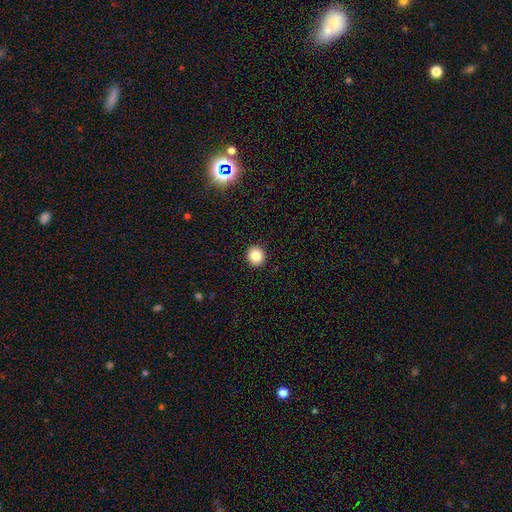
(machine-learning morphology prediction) A smooth galaxy with no disk features (85%) that is round (88%).

Vote fractions:
- Smooth or featured? smooth: 85% / star or artifact: 10% / featured or disk: 4%
- How rounded? round: 88% / in between: 11% / cigar-shaped: 1%
- Merging? none: 93% / minor disturbance: 5% / major disturbance: 2% / merger: 1%